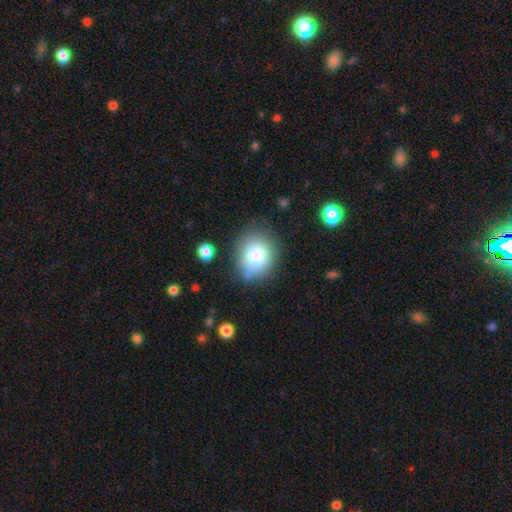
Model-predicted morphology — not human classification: This is likely a smooth galaxy (80%). How rounded: likely round (71%). Merging: likely none (78%).